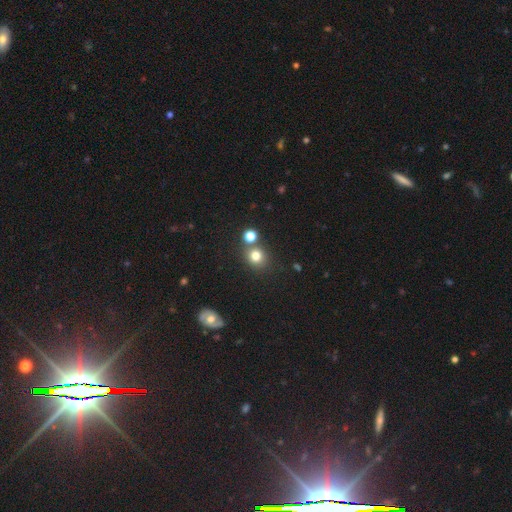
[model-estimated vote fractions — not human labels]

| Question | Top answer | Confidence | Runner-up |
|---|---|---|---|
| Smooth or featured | smooth | 77% | star or artifact (15%) |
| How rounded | round | 82% | in between (17%) |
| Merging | none | 69% | merger (19%) |